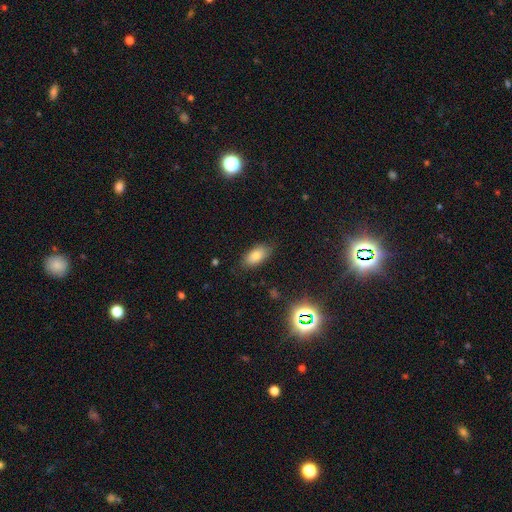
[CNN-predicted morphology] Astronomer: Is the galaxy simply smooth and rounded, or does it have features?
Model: smooth — 77%.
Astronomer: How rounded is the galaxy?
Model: in between — 90%.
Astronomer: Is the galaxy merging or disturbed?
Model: none — 81%.